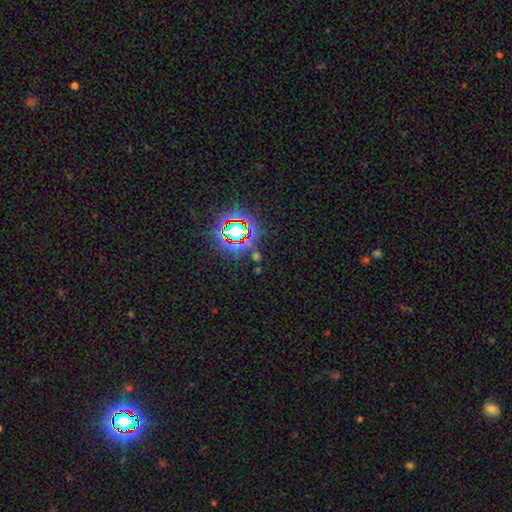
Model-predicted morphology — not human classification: A star or artifact, not a galaxy (81%).